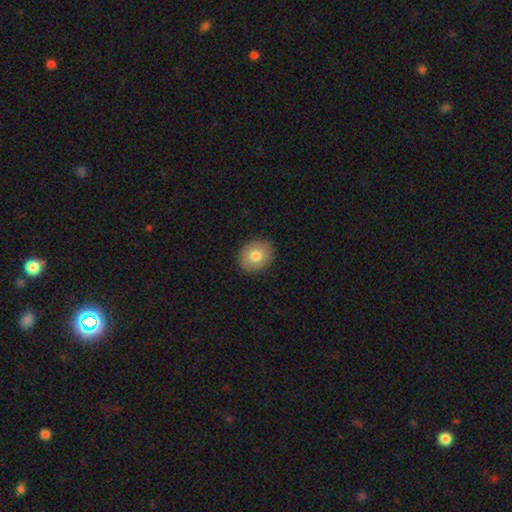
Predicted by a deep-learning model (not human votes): Smooth or featured?
  - smooth: 77% *
  - featured or disk: 15%
  - star or artifact: 8%
How rounded?
  - round: 60% *
  - in between: 39%
  - cigar-shaped: 1%
Merging?
  - none: 89% *
  - minor disturbance: 8%
  - major disturbance: 2%
  - merger: 1%